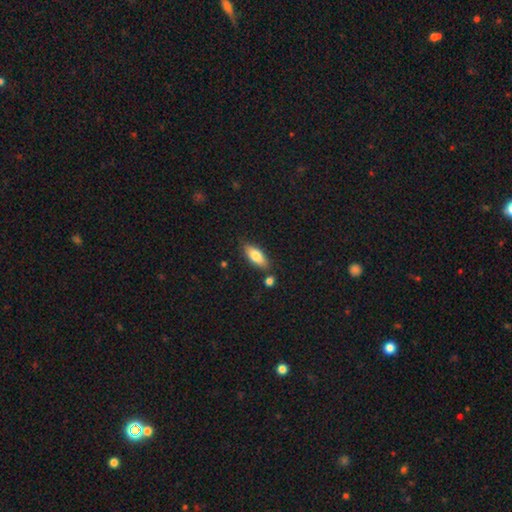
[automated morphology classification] Q: Smooth or featured?
A: smooth (75%); runner-up: featured or disk (19%)
Q: How rounded?
A: in between (75%); runner-up: cigar-shaped (23%)
Q: Merging?
A: none (79%); runner-up: minor disturbance (12%)